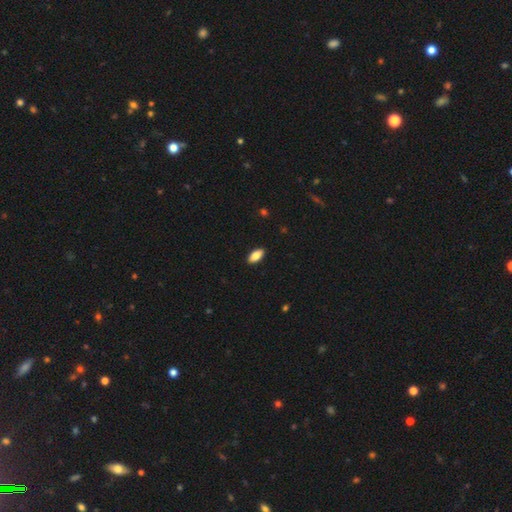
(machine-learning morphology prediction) A smooth galaxy with no disk features (79%) that is in between round and cigar-shaped (87%).

Vote fractions:
- Smooth or featured? smooth: 79% / featured or disk: 14% / star or artifact: 7%
- How rounded? in between: 87% / cigar-shaped: 11% / round: 2%
- Merging? none: 90% / minor disturbance: 7% / major disturbance: 2% / merger: 1%